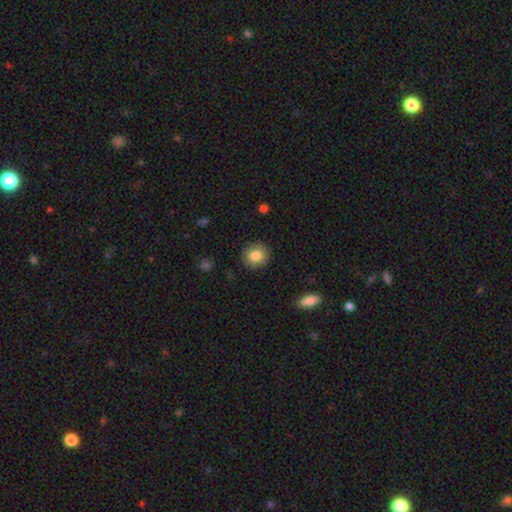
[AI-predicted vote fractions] Overall: smooth (83%). How rounded: round (88%). Merging: none (89%).